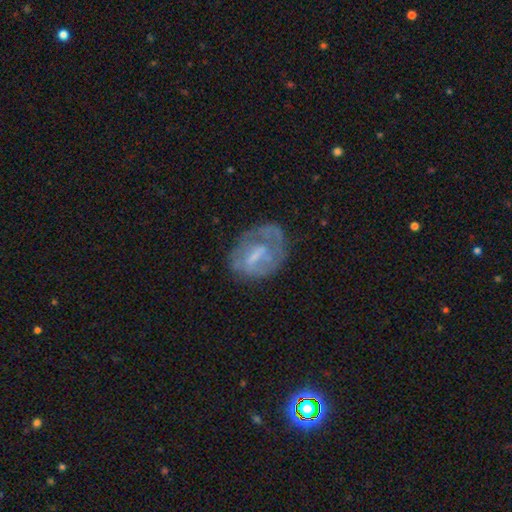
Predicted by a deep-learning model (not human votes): A featured or disk galaxy (59%) with a weak bar (46%), spiral arms (51%) and a small central bulge (36%).

Vote fractions:
- Smooth or featured? featured or disk: 59% / smooth: 31% / star or artifact: 10%
- Edge-on disk? no: 96% / yes: 4%
- Bar? weak: 46% / no: 34% / strong: 20%
- Spiral arms? yes: 51% / no: 49%
- Bulge size? small: 36% / none: 31% / moderate: 28% / large: 4% / dominant: 1%
- Merging? none: 52% / minor disturbance: 25% / major disturbance: 21% / merger: 2%